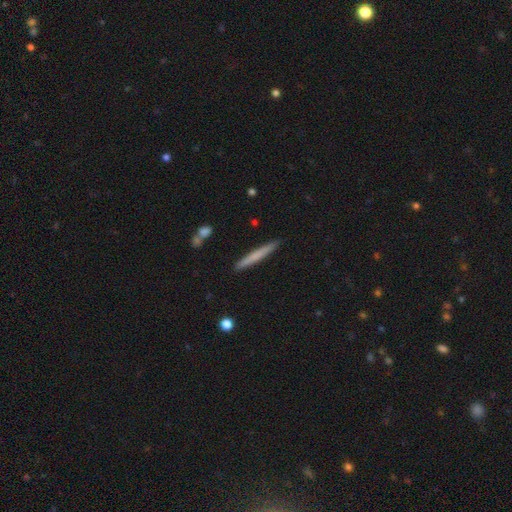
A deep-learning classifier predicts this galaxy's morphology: A smooth galaxy with no disk features (63%) that is cigar-shaped (96%). Merging: none (90%).